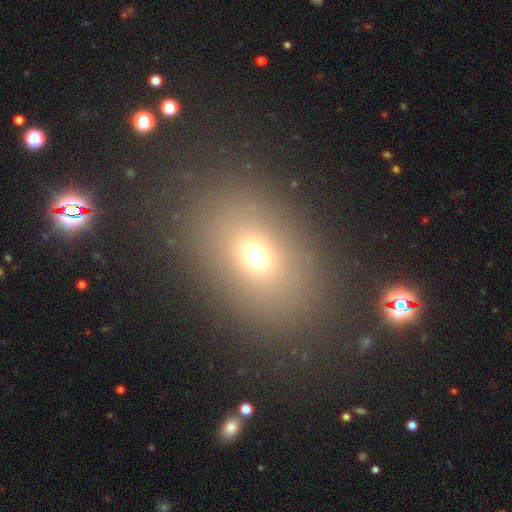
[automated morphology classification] This appears to be a smooth galaxy with no disk features (67%) that is in between round and cigar-shaped (67%). Merging: none (82%).